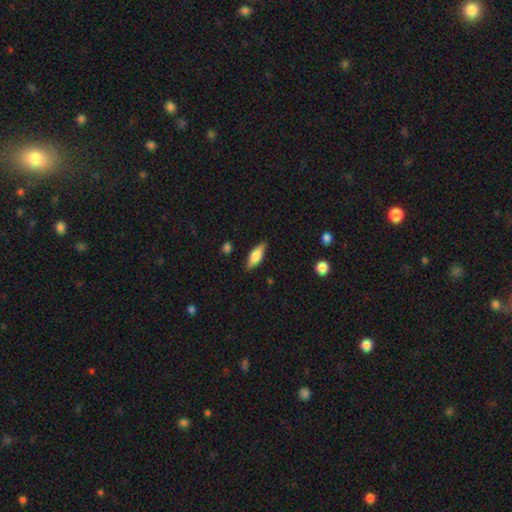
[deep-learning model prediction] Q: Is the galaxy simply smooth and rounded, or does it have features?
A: smooth — 71%.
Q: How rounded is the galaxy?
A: in between — 68%.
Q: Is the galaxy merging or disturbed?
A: none — 84%.